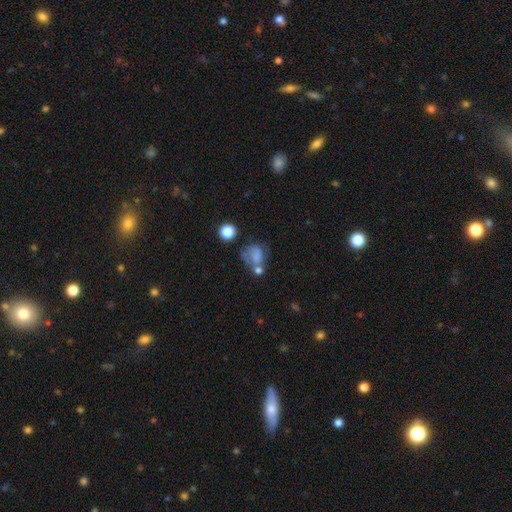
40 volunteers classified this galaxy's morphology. This appears to be a smooth galaxy with no disk features (65%) that is round (58%). Merging: none (38%).